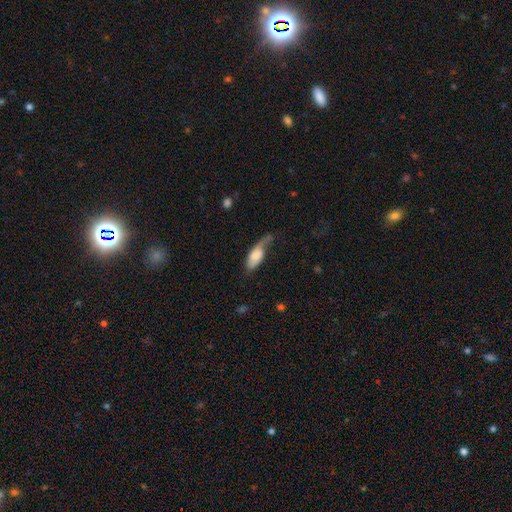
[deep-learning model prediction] smooth 70%, featured or disk 24%, star or artifact 6%. Down the decision tree: how rounded — in between (79%); merging — minor disturbance (36%).